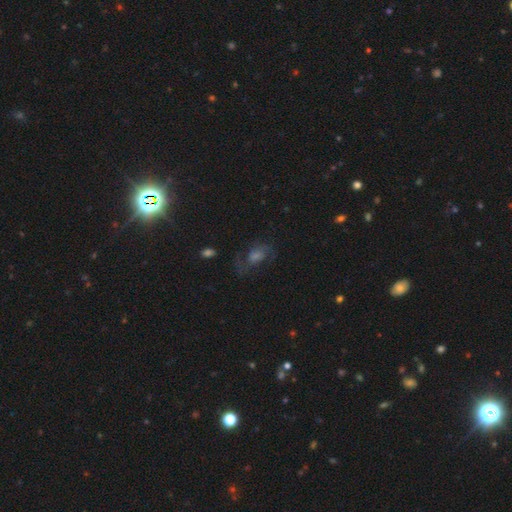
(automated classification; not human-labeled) Overall: featured or disk (44%; star or artifact 31%). Merging: none (63%).